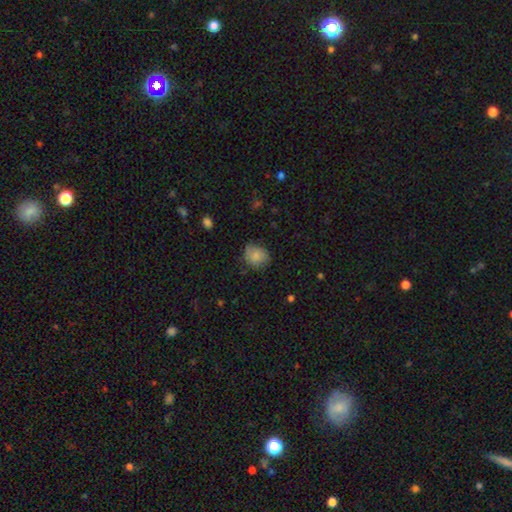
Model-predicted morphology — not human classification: This appears to be a smooth galaxy with no disk features (81%) that is round (73%). Merging: none (67%).